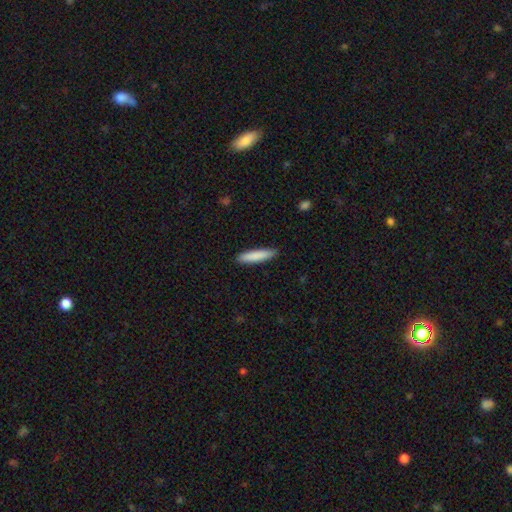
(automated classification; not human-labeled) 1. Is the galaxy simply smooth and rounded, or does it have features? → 85% smooth, 10% featured or disk, 5% star or artifact.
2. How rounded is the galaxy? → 87% cigar-shaped, 12% in between, 1% round.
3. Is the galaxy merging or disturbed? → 89% none, 8% minor disturbance, 2% major disturbance, 1% merger.